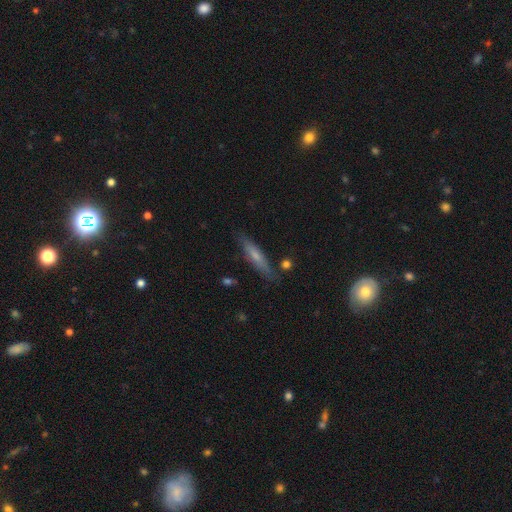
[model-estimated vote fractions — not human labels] Smooth or featured?
  - smooth: 51% *
  - featured or disk: 43%
  - star or artifact: 7%
How rounded?
  - cigar-shaped: 85% *
  - in between: 13%
  - round: 2%
Merging?
  - none: 81% *
  - minor disturbance: 14%
  - major disturbance: 3%
  - merger: 3%